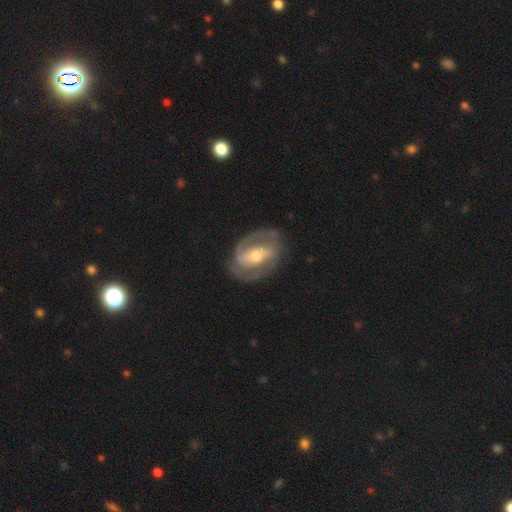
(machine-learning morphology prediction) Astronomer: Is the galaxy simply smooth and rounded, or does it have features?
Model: featured or disk — 86%.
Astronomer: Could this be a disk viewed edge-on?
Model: no — 96%.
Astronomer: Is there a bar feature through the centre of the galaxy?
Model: strong — 49% (runner-up: weak, 34%).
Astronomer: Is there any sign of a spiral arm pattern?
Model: yes — 92%.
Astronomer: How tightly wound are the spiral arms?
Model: medium — 45% (runner-up: tight, 43%).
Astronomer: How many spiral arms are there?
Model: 2 — 83%.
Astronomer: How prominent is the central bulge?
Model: moderate — 65%.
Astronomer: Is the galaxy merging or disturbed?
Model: none — 79%.